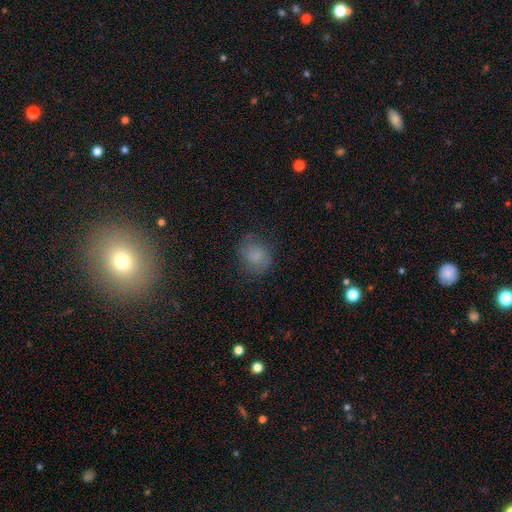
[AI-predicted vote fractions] smooth 75%, featured or disk 14%, star or artifact 11%. Down the decision tree: how rounded — round (71%); merging — none (71%).